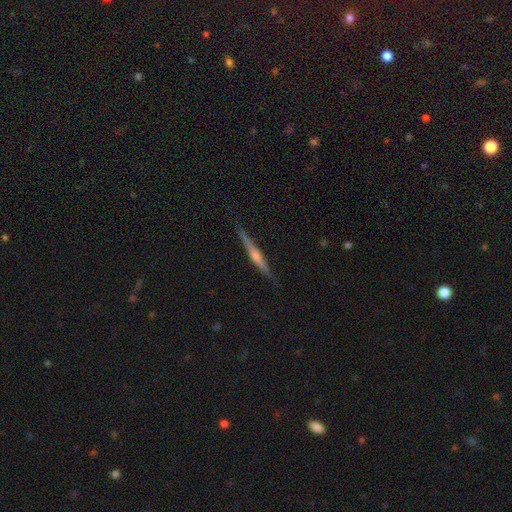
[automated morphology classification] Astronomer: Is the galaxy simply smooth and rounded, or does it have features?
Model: featured or disk — 75%.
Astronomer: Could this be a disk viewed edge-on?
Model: yes — 98%.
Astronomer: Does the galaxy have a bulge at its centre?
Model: rounded — 76%.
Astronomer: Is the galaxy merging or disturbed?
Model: none — 89%.